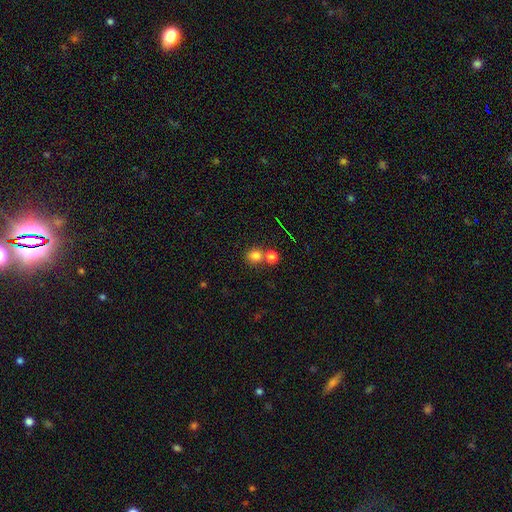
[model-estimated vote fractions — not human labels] smooth_or_featured: smooth (p=0.77) [alt: star or artifact p=0.15]
how_rounded: round (p=0.78) [alt: in between p=0.21]
merging: none (p=0.58) [alt: merger p=0.31]